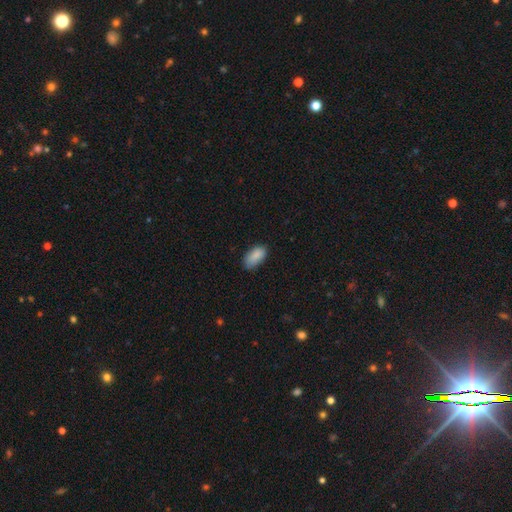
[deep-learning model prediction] A smooth galaxy with no disk features (88%) that is in between round and cigar-shaped (93%). Merging: none (74%).